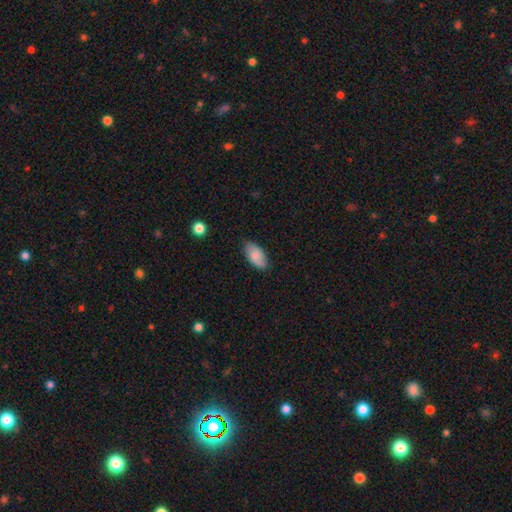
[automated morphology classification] smooth-or-featured: smooth: 80% | featured or disk: 13% | star or artifact: 7%
  how-rounded: in between: 94% | cigar-shaped: 4% | round: 3%
  merging: none: 77% | minor disturbance: 19% | major disturbance: 3% | merger: 1%